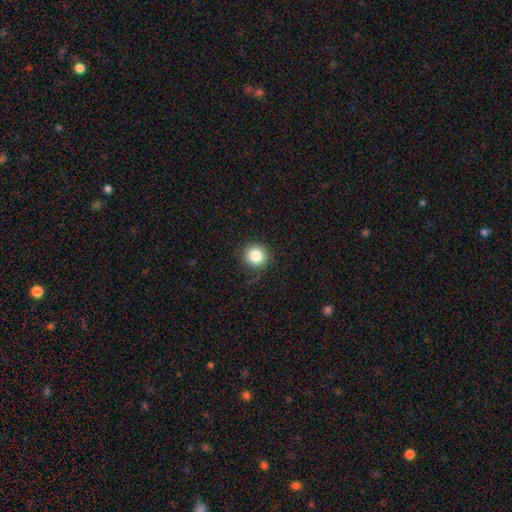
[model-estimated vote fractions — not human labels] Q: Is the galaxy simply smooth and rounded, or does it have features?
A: smooth — 84%.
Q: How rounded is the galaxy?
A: round — 93%.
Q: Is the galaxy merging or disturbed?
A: none — 85%.